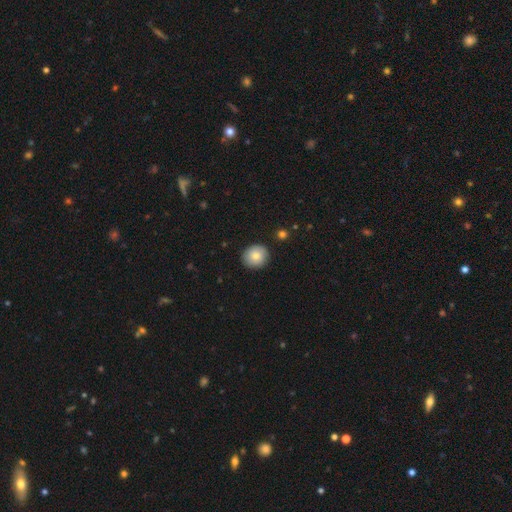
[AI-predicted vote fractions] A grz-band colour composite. It shows a smooth galaxy with no disk features (81%) that is round (86%). Merging: none (88%).